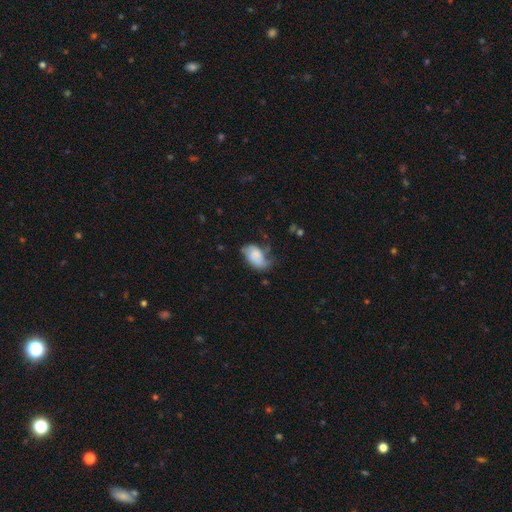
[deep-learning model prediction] Smooth or featured: smooth — 54% (featured or disk — 37%)
How rounded: in between — 90% (round — 8%)
Merging: none — 36% (minor disturbance — 33%)